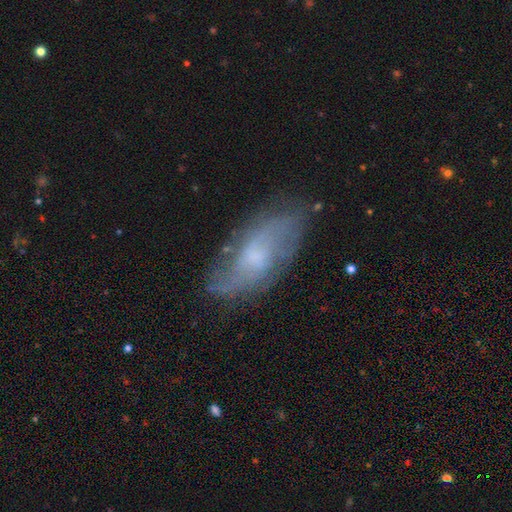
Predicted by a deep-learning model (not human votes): smooth-or-featured: featured or disk: 65% | smooth: 27% | star or artifact: 8%
  disk-edge-on: no: 90% | yes: 10%
    bar: no: 60% | weak: 35% | strong: 5%
    has-spiral-arms: yes: 82% | no: 18%
    bulge-size: small: 49% | moderate: 32% | none: 14% | large: 4% | dominant: 1%
  merging: none: 71% | minor disturbance: 20% | major disturbance: 8% | merger: 2%